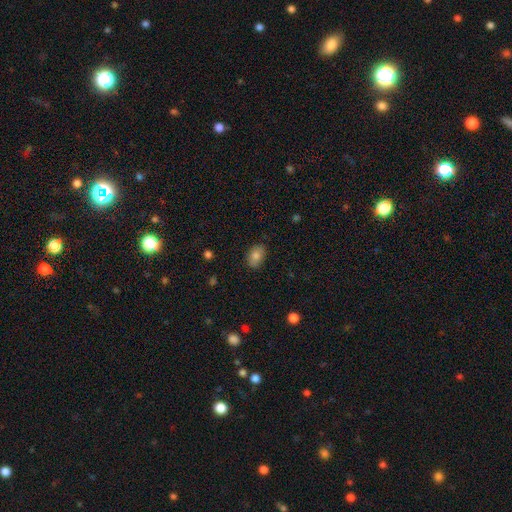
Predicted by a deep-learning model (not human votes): Smooth or featured?
  - smooth: 79% *
  - featured or disk: 12%
  - star or artifact: 8%
How rounded?
  - in between: 82% *
  - round: 17%
  - cigar-shaped: 1%
Merging?
  - none: 82% *
  - minor disturbance: 14%
  - major disturbance: 3%
  - merger: 1%